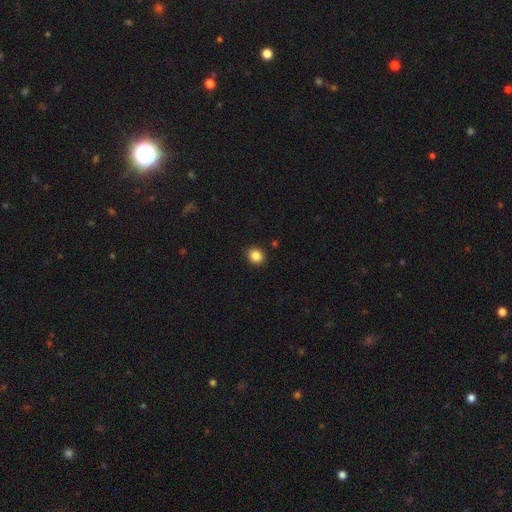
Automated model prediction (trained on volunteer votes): Smooth or featured: smooth — 86% (star or artifact — 10%)
How rounded: round — 75% (in between — 24%)
Merging: none — 90% (minor disturbance — 7%)